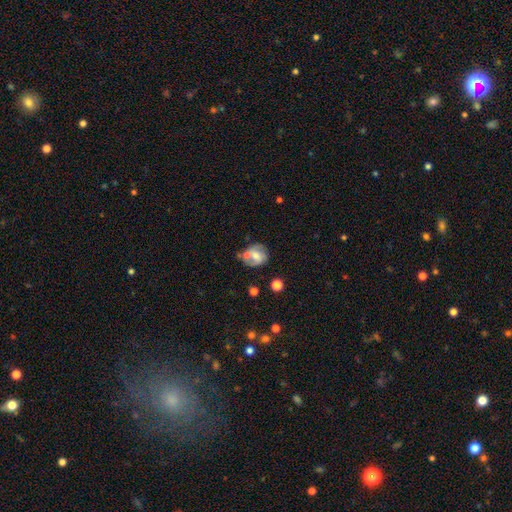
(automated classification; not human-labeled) The model was most divided on "smooth or featured": featured or disk: 51%, smooth: 41%, star or artifact: 8%. Remaining: edge-on disk — no (97%); merging — none (42%).